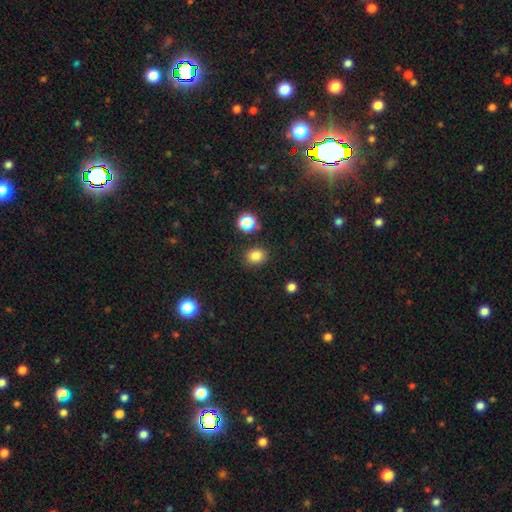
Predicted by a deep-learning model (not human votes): Smooth or featured: smooth — 83% (star or artifact — 13%)
How rounded: round — 66% (in between — 33%)
Merging: none — 86% (minor disturbance — 8%)